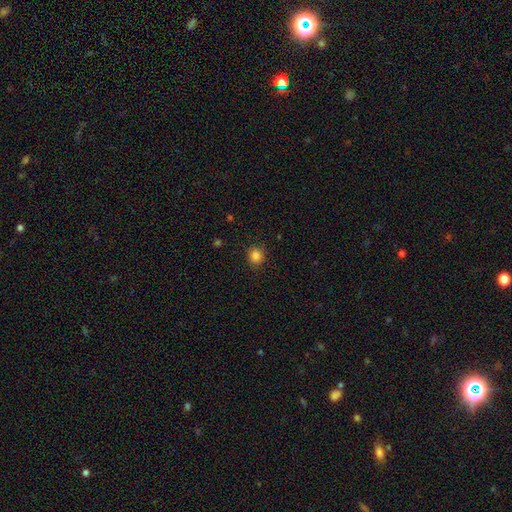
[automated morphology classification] Overall: smooth (84%). How rounded: round (86%). Merging: none (89%).